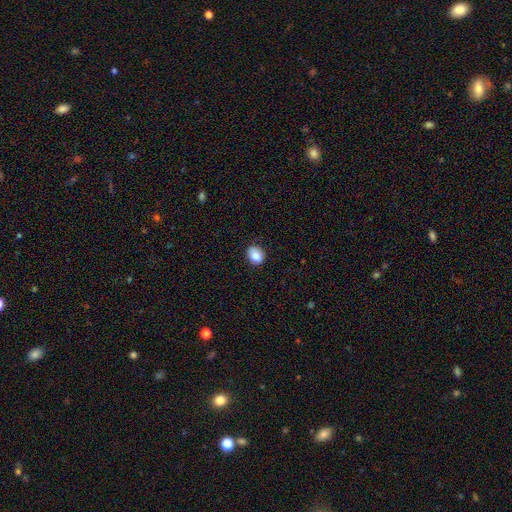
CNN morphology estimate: Smooth or featured: smooth — 85% (star or artifact — 9%)
How rounded: in between — 59% (round — 40%)
Merging: none — 83% (minor disturbance — 13%)